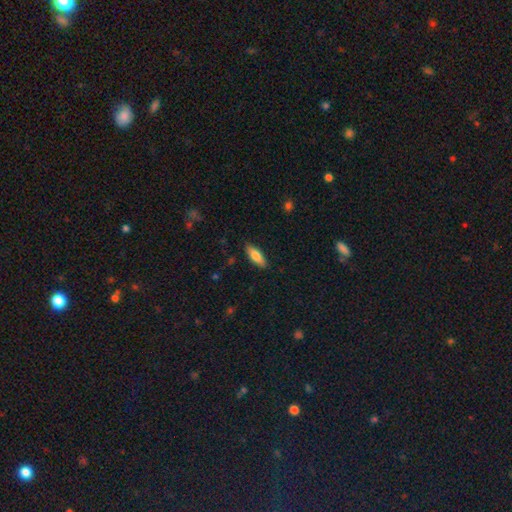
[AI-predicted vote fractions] smooth_or_featured: smooth (p=0.79) [alt: featured or disk p=0.15]
how_rounded: in between (p=0.67) [alt: cigar-shaped p=0.31]
merging: none (p=0.87) [alt: minor disturbance p=0.10]